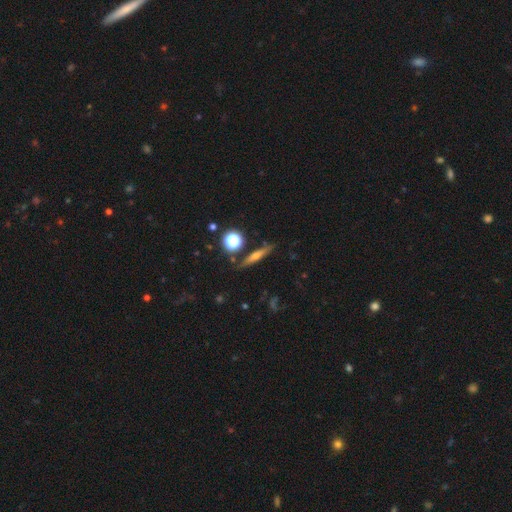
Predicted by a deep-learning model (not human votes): A featured or disk galaxy (49%).

Vote fractions:
- Smooth or featured? featured or disk: 49% / smooth: 38% / star or artifact: 13%
- Merging? none: 83% / minor disturbance: 10% / merger: 4% / major disturbance: 3%